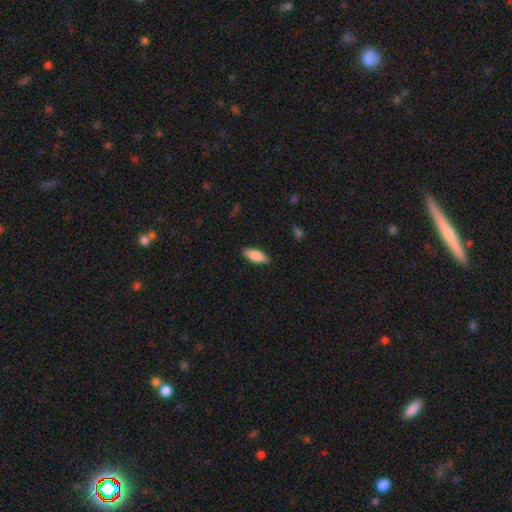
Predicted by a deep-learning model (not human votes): A smooth galaxy with no disk features (81%) that is in between round and cigar-shaped (68%).

Vote fractions:
- Smooth or featured? smooth: 81% / featured or disk: 14% / star or artifact: 6%
- How rounded? in between: 68% / cigar-shaped: 30% / round: 2%
- Merging? none: 87% / minor disturbance: 10% / major disturbance: 2% / merger: 1%